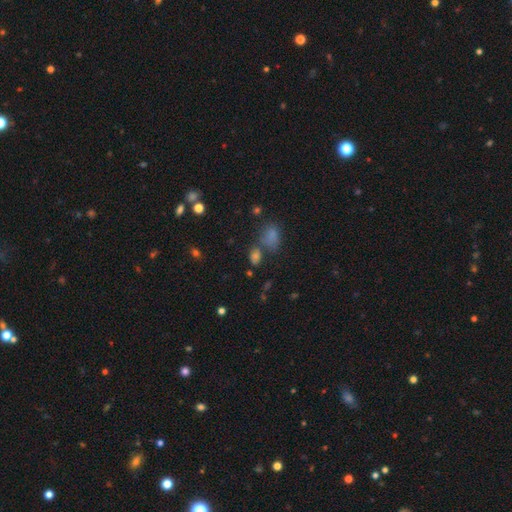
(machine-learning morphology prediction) smooth-or-featured: smooth: 61% | star or artifact: 29% | featured or disk: 9%
  how-rounded: in between: 68% | round: 28% | cigar-shaped: 4%
  merging: none: 55% | merger: 25% | minor disturbance: 13% | major disturbance: 6%